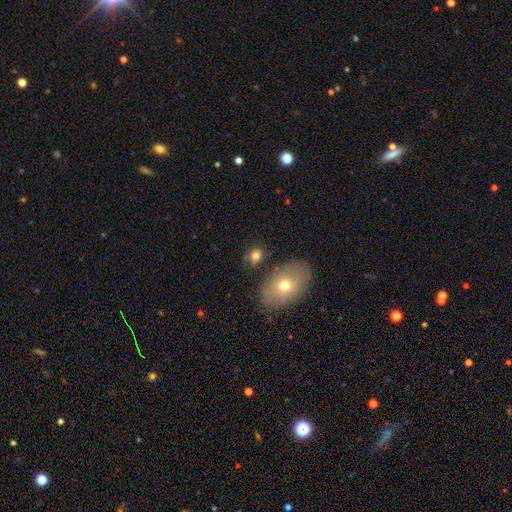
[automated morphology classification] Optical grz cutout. It shows a smooth galaxy with no disk features (75%) that is round (51%). Merging: none (71%).